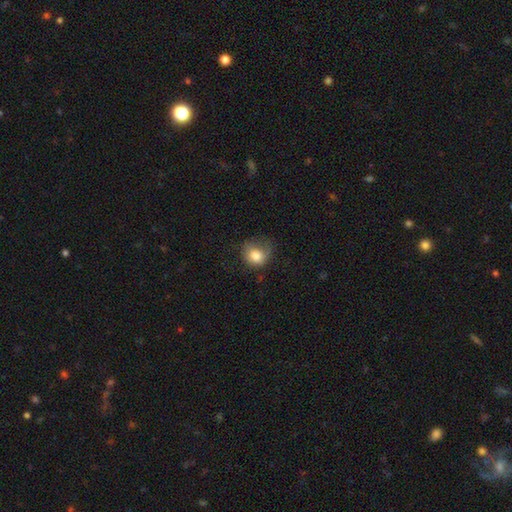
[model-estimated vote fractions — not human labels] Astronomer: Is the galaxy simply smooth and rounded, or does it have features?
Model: smooth — 80%.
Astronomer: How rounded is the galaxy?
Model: round — 65%.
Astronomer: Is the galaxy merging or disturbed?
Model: none — 40% (runner-up: minor disturbance, 34%).